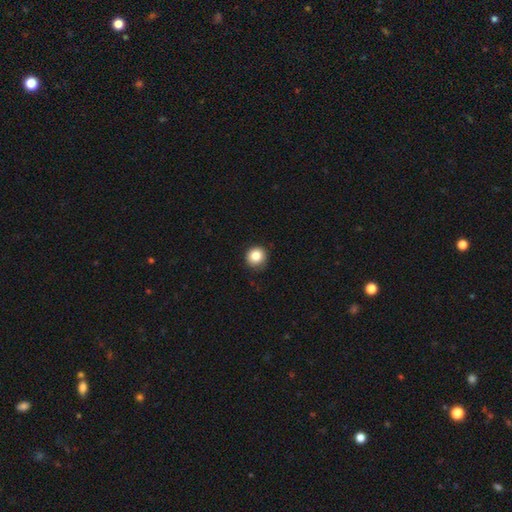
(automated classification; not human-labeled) smooth_or_featured: smooth (p=0.84) [alt: star or artifact p=0.10]
how_rounded: round (p=0.93) [alt: in between p=0.06]
merging: none (p=0.90) [alt: minor disturbance p=0.07]